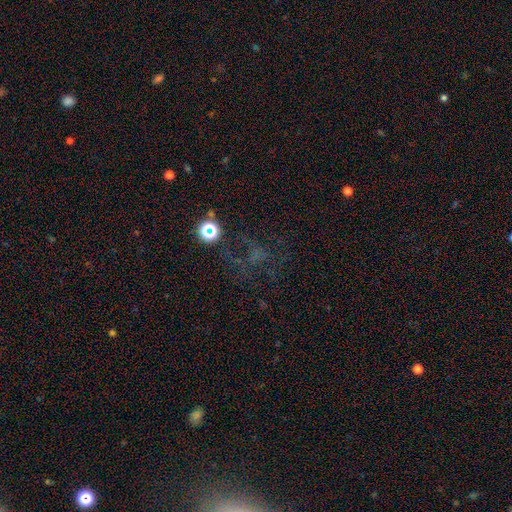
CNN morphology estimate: type=star or artifact (47%).